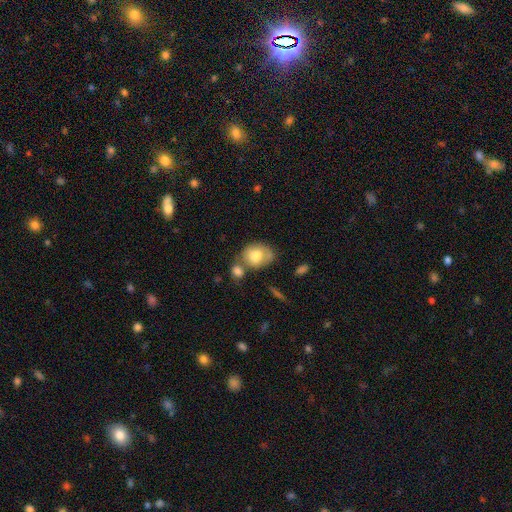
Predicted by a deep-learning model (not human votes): Overall: smooth (72%). How rounded: in between (56%; round 43%). Merging: none (40%; merger 30%).